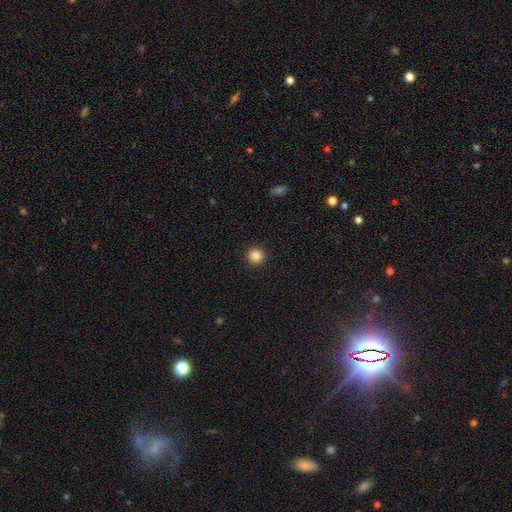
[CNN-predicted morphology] Smooth or featured: smooth — 85% (star or artifact — 11%)
How rounded: round — 95% (in between — 4%)
Merging: none — 93% (minor disturbance — 4%)